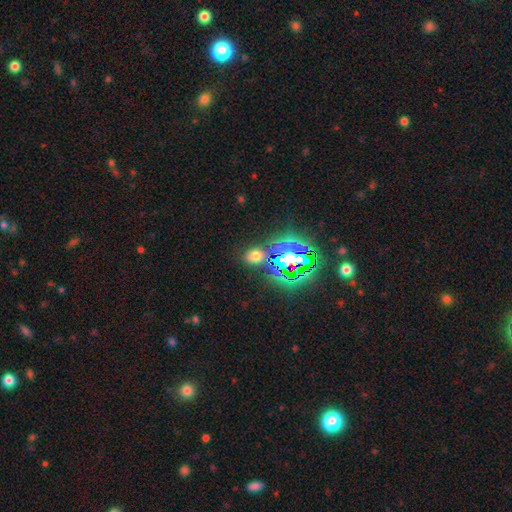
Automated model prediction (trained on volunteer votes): The model was most divided on "how rounded": in between: 56%, round: 42%, cigar-shaped: 2%. More confident: merging — none (78%); smooth or featured — smooth (53%).